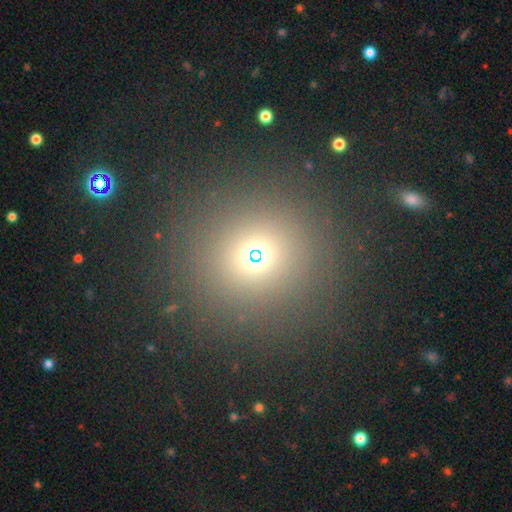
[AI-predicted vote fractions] Smooth or featured? Predicted: smooth (p=0.60). How rounded? Predicted: round (p=0.90). Merging? Predicted: none (p=0.84).